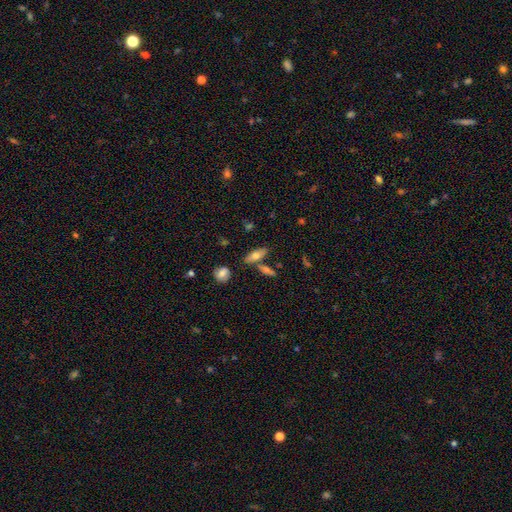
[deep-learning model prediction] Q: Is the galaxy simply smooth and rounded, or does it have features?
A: smooth — 69%.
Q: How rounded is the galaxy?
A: in between — 68%.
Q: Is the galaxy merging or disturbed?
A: none — 69%.